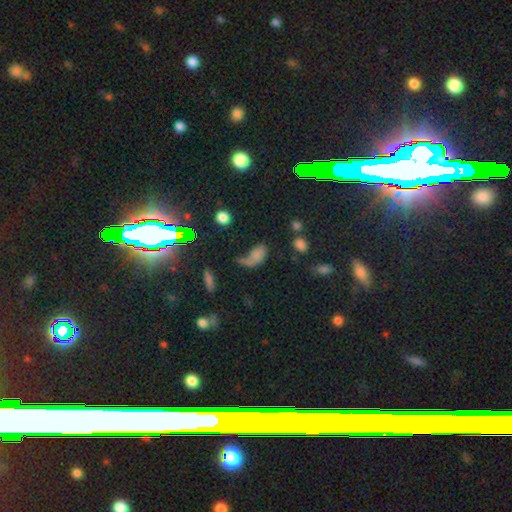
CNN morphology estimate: Overall: smooth (63%). How rounded: in between (84%). Merging: major disturbance (34%; none 27%).